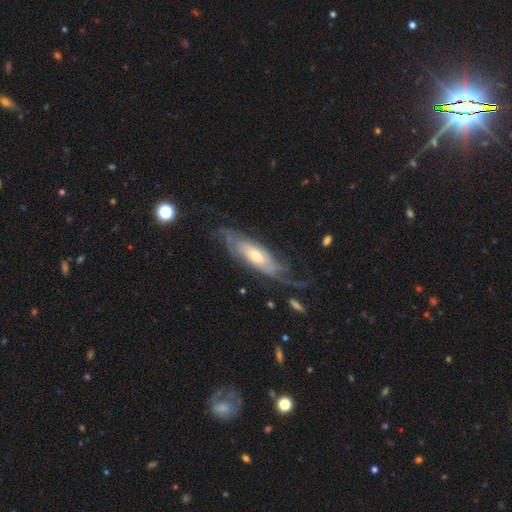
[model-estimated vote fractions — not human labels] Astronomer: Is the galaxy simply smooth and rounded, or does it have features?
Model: featured or disk — 74%.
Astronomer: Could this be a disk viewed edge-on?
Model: no — 79%.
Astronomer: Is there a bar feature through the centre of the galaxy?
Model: no — 66%.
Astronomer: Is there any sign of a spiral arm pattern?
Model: yes — 87%.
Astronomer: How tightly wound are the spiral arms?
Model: tight — 42% (runner-up: medium, 36%).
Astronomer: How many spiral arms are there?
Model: can't tell — 49% (runner-up: 2, 29%).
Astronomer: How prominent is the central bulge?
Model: moderate — 56% (runner-up: small, 31%).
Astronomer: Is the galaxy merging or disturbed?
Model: none — 54%.